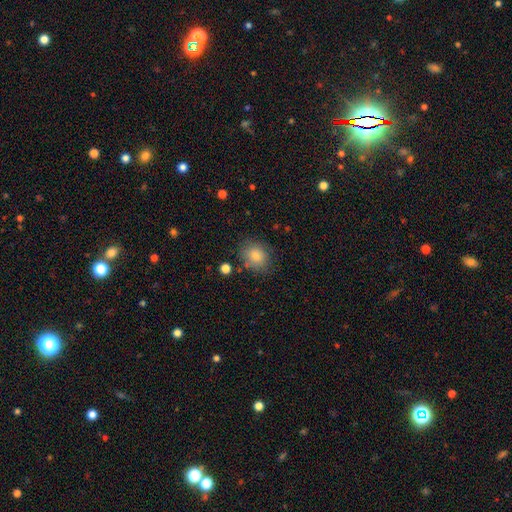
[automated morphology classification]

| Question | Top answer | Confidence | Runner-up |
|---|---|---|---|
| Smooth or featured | smooth | 79% | star or artifact (12%) |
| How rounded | round | 62% | in between (37%) |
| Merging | none | 81% | minor disturbance (13%) |